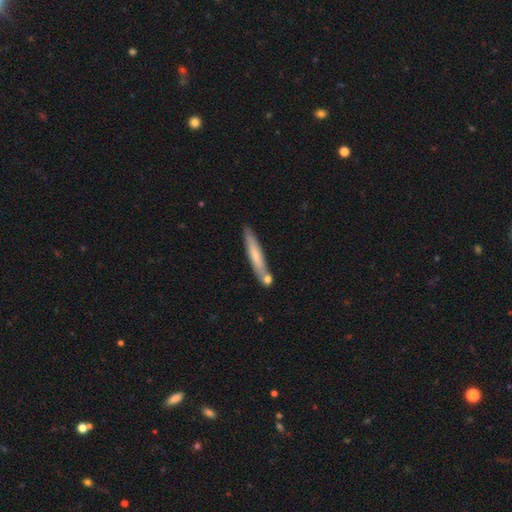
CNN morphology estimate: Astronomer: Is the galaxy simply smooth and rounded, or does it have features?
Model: smooth — 61%.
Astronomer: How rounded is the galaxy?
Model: cigar-shaped — 94%.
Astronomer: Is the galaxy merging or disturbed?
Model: none — 72%.